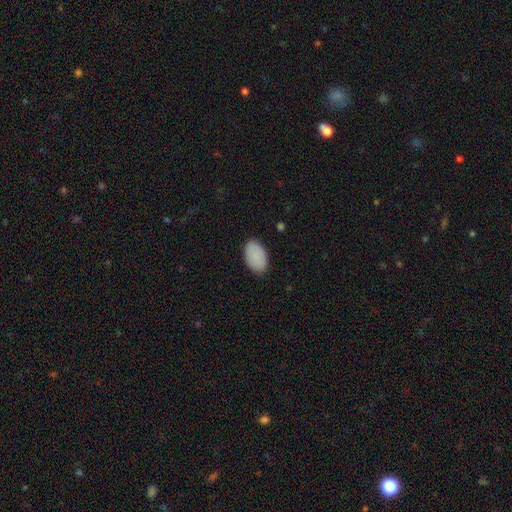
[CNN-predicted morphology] Smooth or featured? Predicted: smooth (p=0.88). How rounded? Predicted: in between (p=0.93). Merging? Predicted: none (p=0.86).